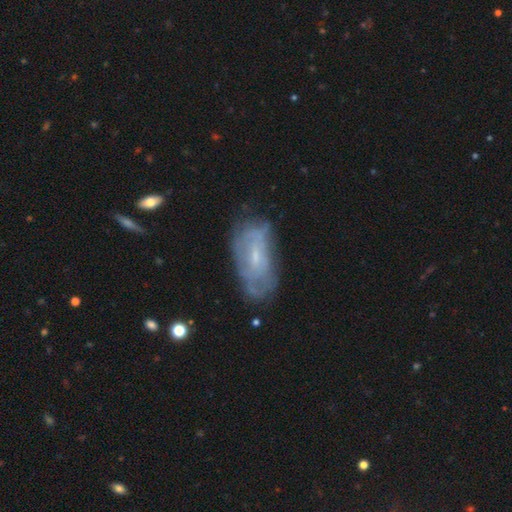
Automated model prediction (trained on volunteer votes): The model was most divided on "spiral arms": yes: 57%, no: 43%. More confident: edge-on disk — no (90%); bulge size — small (66%); merging — none (61%); smooth or featured — featured or disk (59%); bar — no (57%).